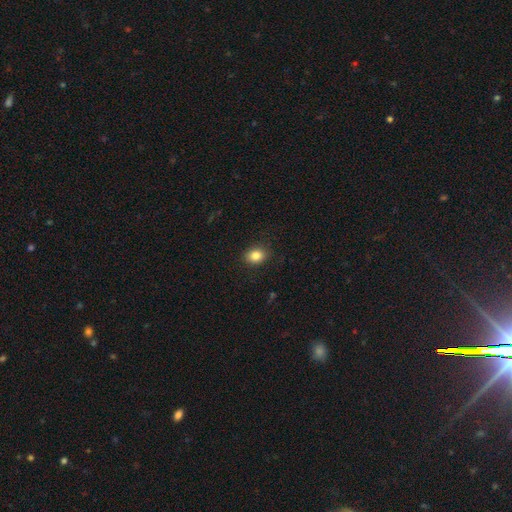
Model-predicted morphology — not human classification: Overall: smooth (85%). How rounded: in between (52%; round 47%). Merging: none (87%).